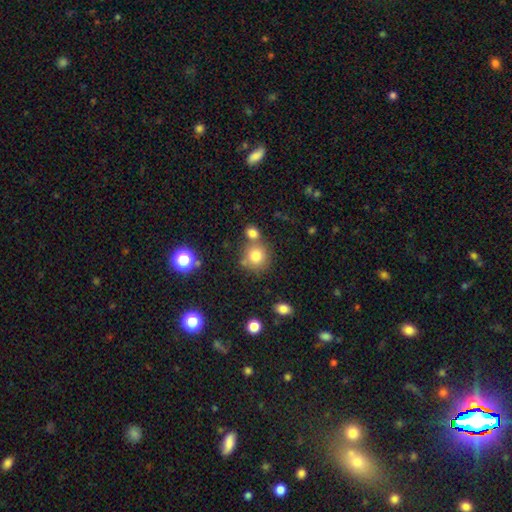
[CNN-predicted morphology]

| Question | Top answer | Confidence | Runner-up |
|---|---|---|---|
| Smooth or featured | smooth | 79% | star or artifact (12%) |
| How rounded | round | 88% | in between (11%) |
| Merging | none | 62% | merger (24%) |